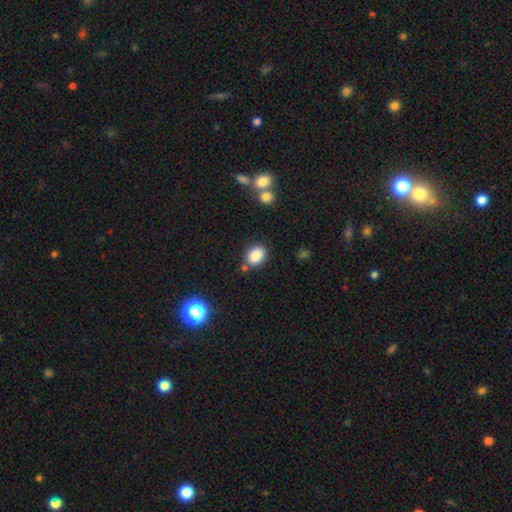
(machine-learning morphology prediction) The model was most divided on "how rounded": in between: 69%, round: 30%, cigar-shaped: 1%. More confident: smooth or featured — smooth (86%); merging — none (75%).